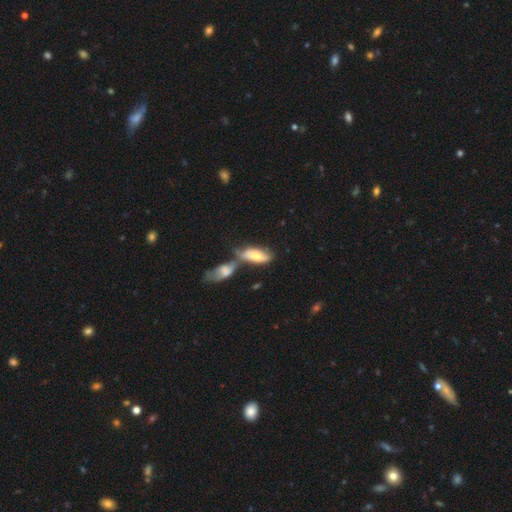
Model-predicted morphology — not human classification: This is likely a smooth galaxy (64%). How rounded: likely in between (78%). Merging: possibly merger (58%).